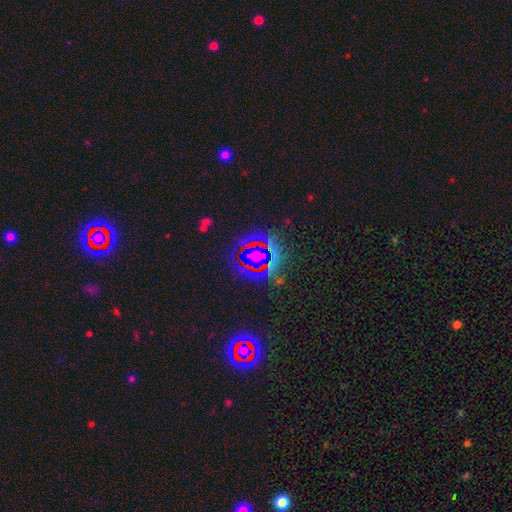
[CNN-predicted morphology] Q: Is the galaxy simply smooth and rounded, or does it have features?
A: star or artifact — 71%.